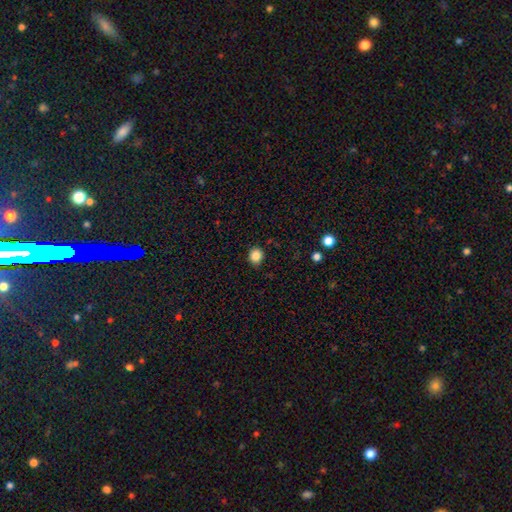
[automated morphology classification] Smooth or featured? smooth (85%)
How rounded? round (77%)
Merging? none (88%)